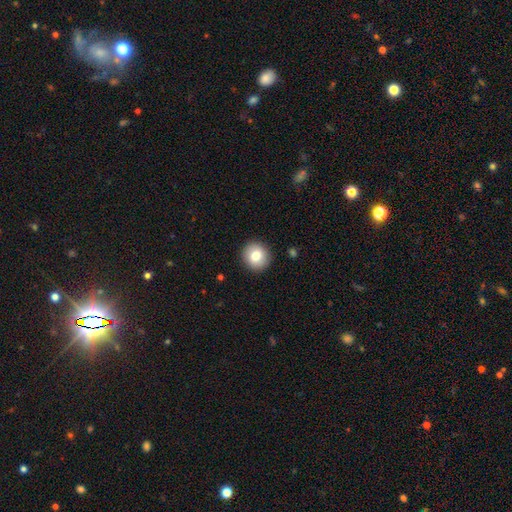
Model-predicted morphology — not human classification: Smooth or featured?
  - smooth: 80% *
  - featured or disk: 11%
  - star or artifact: 9%
How rounded?
  - round: 93% *
  - in between: 6%
  - cigar-shaped: 1%
Merging?
  - none: 92% *
  - minor disturbance: 6%
  - major disturbance: 2%
  - merger: 1%